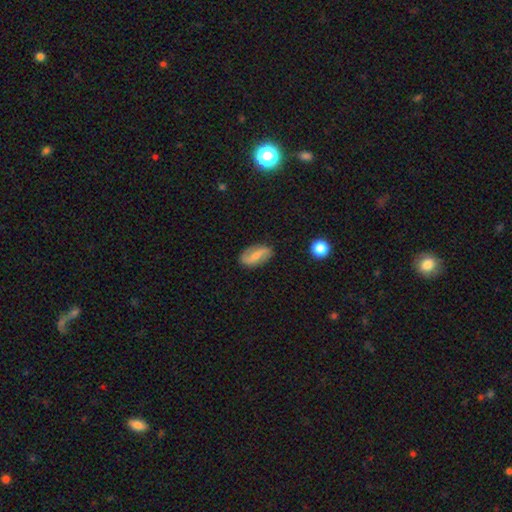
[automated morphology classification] featured or disk 59%, smooth 34%, star or artifact 7%. Down the decision tree: edge-on disk — no (95%); bar — weak (44%); spiral arms — yes (86%); bulge size — small (52%); merging — none (81%).